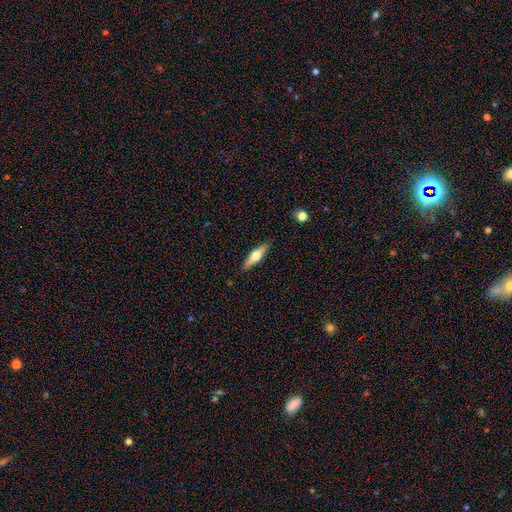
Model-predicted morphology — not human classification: A featured or disk galaxy (59%) viewed edge-on (96%) with a rounded central bulge (93%). Merging: none (89%).